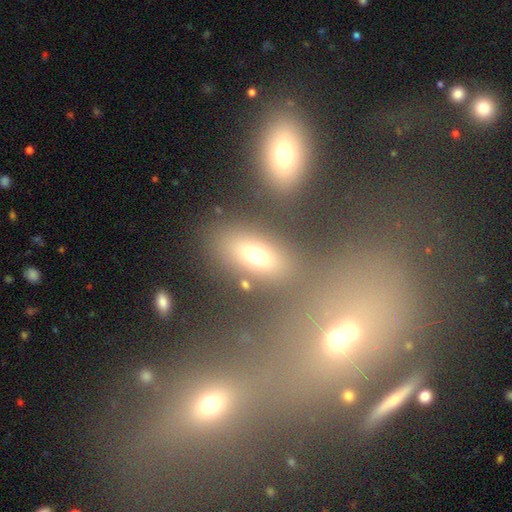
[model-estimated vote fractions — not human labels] Smooth or featured? smooth (67%)
How rounded? in between (75%)
Merging? none (74%)